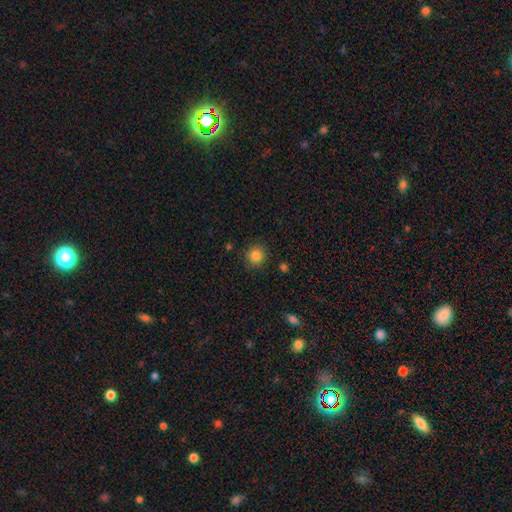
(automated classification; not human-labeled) A smooth galaxy with no disk features (83%) that is round (92%).

Vote fractions:
- Smooth or featured? smooth: 83% / star or artifact: 11% / featured or disk: 5%
- How rounded? round: 92% / in between: 7% / cigar-shaped: 1%
- Merging? none: 89% / minor disturbance: 7% / major disturbance: 2% / merger: 2%